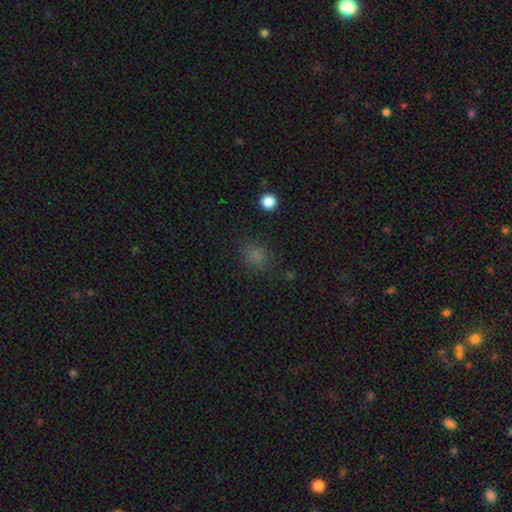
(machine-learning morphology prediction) Smooth or featured: smooth — 76% (star or artifact — 20%)
How rounded: round — 77% (in between — 22%)
Merging: none — 81% (minor disturbance — 12%)